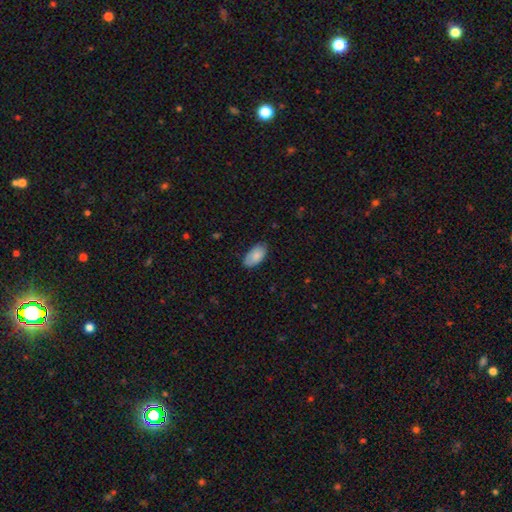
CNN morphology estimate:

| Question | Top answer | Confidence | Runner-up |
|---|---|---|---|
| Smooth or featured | smooth | 85% | featured or disk (9%) |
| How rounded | in between | 95% | round (3%) |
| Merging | none | 75% | minor disturbance (21%) |